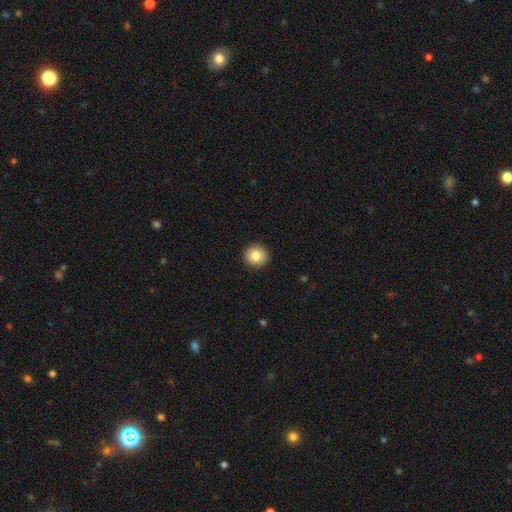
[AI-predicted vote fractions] smooth 84%, star or artifact 9%, featured or disk 7%. Down the decision tree: how rounded — round (94%); merging — none (93%).